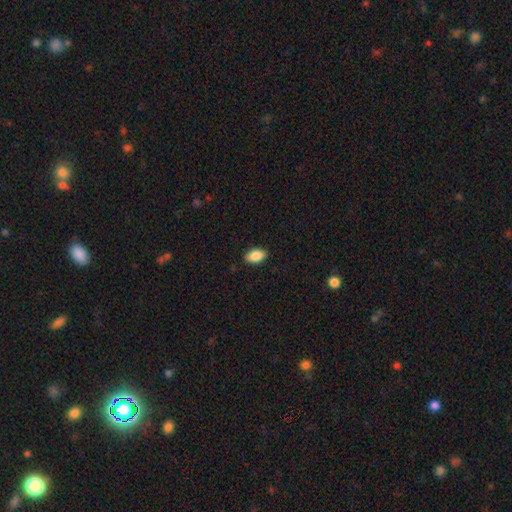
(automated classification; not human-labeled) A smooth galaxy with no disk features (87%) that is in between round and cigar-shaped (92%).

Vote fractions:
- Smooth or featured? smooth: 87% / star or artifact: 7% / featured or disk: 6%
- How rounded? in between: 92% / round: 6% / cigar-shaped: 2%
- Merging? none: 88% / minor disturbance: 9% / major disturbance: 2% / merger: 1%